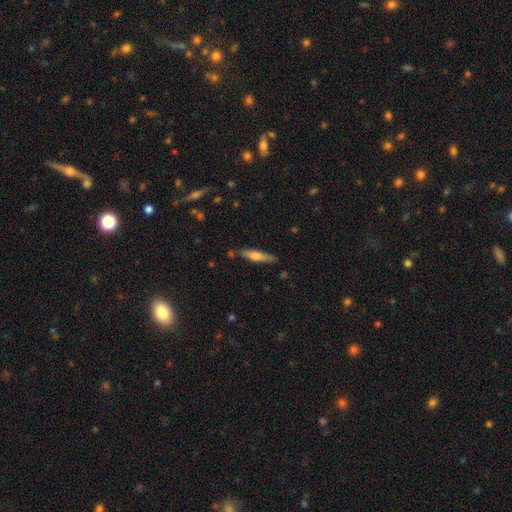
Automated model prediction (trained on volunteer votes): This appears to be a smooth galaxy with no disk features (51%) that is cigar-shaped (84%). Merging: none (84%).